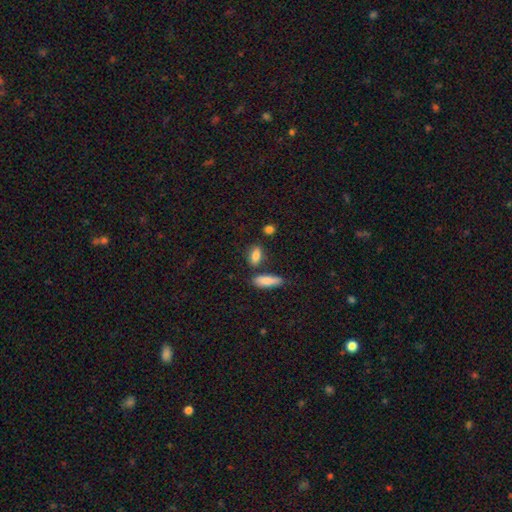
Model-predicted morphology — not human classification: smooth_or_featured: smooth (p=0.83) [alt: featured or disk p=0.09]
how_rounded: in between (p=0.76) [alt: cigar-shaped p=0.17]
merging: none (p=0.71) [alt: minor disturbance p=0.14]